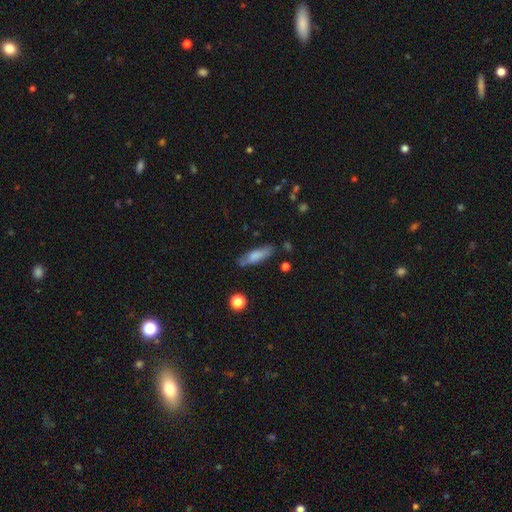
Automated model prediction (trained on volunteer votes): The model was most divided on "how rounded": cigar-shaped: 59%, in between: 39%, round: 2%. More confident: merging — none (75%); smooth or featured — smooth (73%).